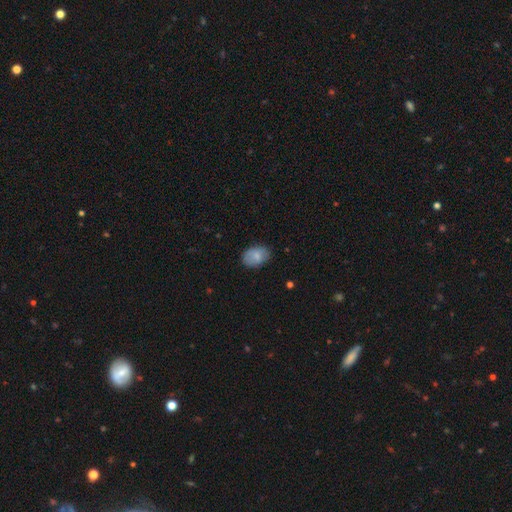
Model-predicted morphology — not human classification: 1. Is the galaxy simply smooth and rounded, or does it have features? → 81% smooth, 12% featured or disk, 7% star or artifact.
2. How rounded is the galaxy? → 80% in between, 19% round, 1% cigar-shaped.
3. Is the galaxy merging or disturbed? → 78% none, 17% minor disturbance, 4% major disturbance, 1% merger.